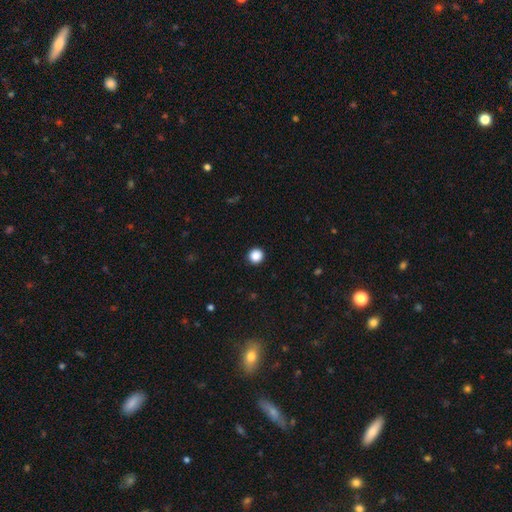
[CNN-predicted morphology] Smooth or featured? smooth (88%)
How rounded? round (94%)
Merging? none (93%)